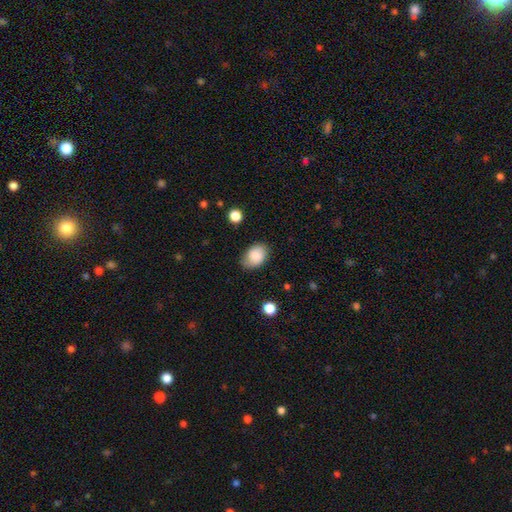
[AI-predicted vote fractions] A smooth galaxy with no disk features (82%) that is in between round and cigar-shaped (80%). Merging: none (74%).